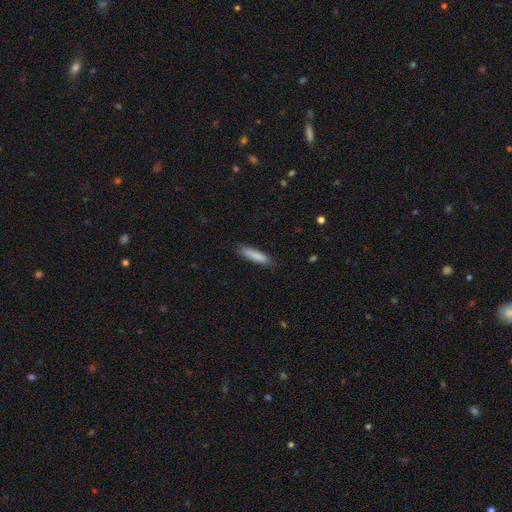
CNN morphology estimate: smooth-or-featured: smooth: 85% | featured or disk: 9% | star or artifact: 6%
  how-rounded: cigar-shaped: 84% | in between: 15% | round: 1%
  merging: none: 84% | minor disturbance: 12% | major disturbance: 2% | merger: 1%